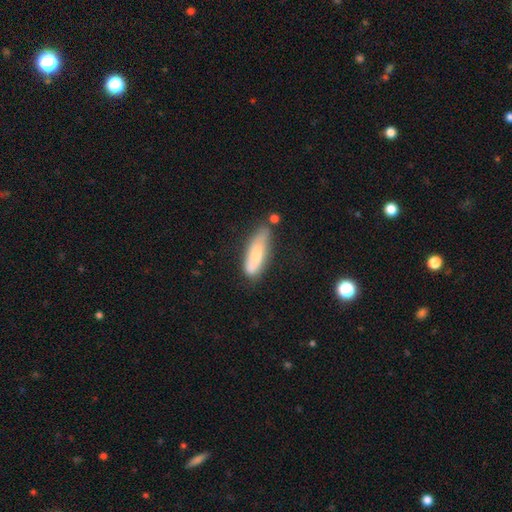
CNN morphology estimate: Smooth or featured?
  - smooth: 62% *
  - featured or disk: 31%
  - star or artifact: 7%
How rounded?
  - cigar-shaped: 52% *
  - in between: 47%
  - round: 2%
Merging?
  - none: 59% *
  - minor disturbance: 25%
  - merger: 9%
  - major disturbance: 6%